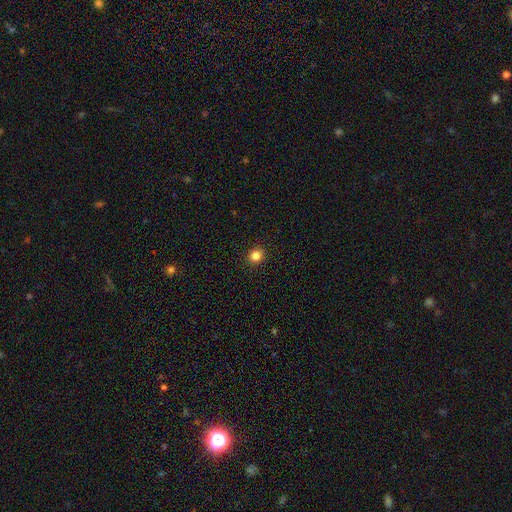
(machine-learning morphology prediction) Smooth or featured?
  - smooth: 83% *
  - star or artifact: 12%
  - featured or disk: 4%
How rounded?
  - round: 83% *
  - in between: 16%
  - cigar-shaped: 1%
Merging?
  - none: 92% *
  - minor disturbance: 5%
  - major disturbance: 2%
  - merger: 1%